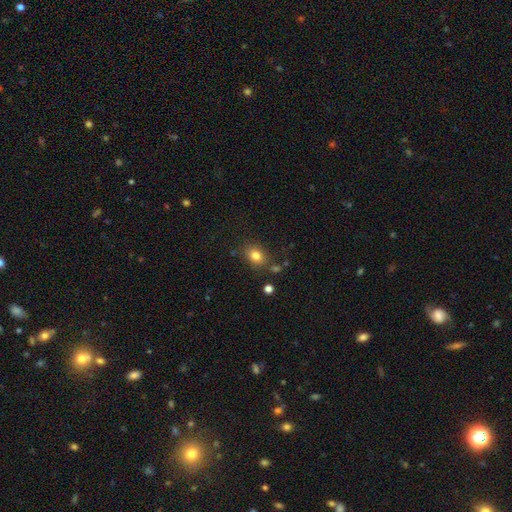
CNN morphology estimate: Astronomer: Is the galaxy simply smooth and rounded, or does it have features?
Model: smooth — 81%.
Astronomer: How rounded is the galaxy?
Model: in between — 60% (runner-up: round, 39%).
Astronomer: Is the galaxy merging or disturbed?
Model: none — 78%.